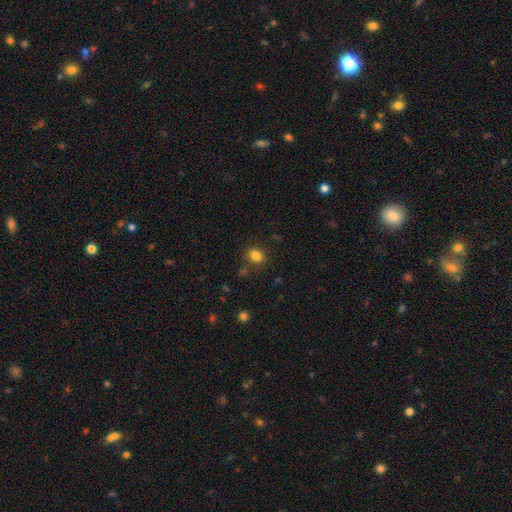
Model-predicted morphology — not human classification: Overall: smooth (83%). How rounded: round (65%; in between 34%). Merging: none (82%).